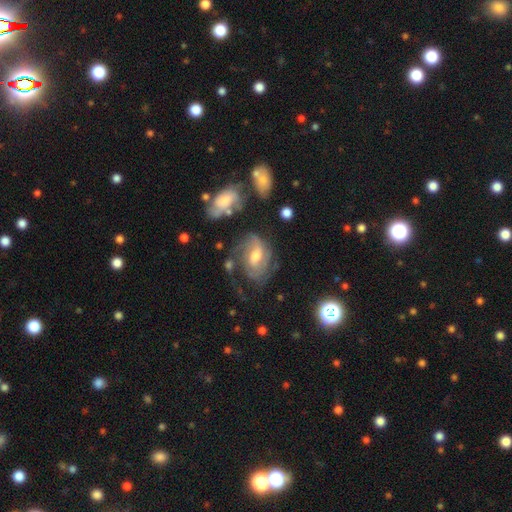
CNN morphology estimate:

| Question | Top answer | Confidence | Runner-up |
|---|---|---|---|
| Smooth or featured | featured or disk | 77% | smooth (15%) |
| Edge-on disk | no | 96% | yes (4%) |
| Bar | weak | 49% | no (37%) |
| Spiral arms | yes | 88% | no (12%) |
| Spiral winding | tight | 44% | medium (40%) |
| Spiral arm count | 2 | 38% | can't tell (32%) |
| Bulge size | moderate | 64% | small (19%) |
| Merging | none | 54% | minor disturbance (21%) |